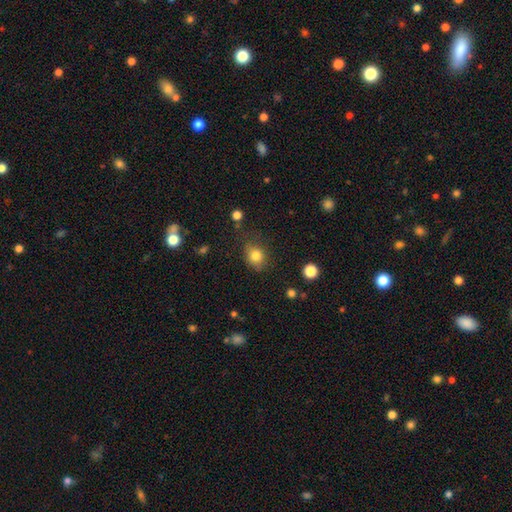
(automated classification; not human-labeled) The model was most divided on "how rounded": round: 71%, in between: 28%, cigar-shaped: 1%. More confident: smooth or featured — smooth (81%); merging — none (71%).